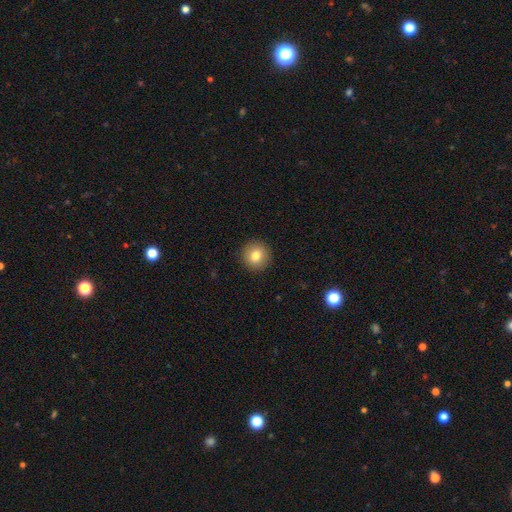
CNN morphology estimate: smooth_or_featured: smooth (p=0.80) [alt: featured or disk p=0.10]
how_rounded: round (p=0.93) [alt: in between p=0.06]
merging: none (p=0.92) [alt: minor disturbance p=0.05]